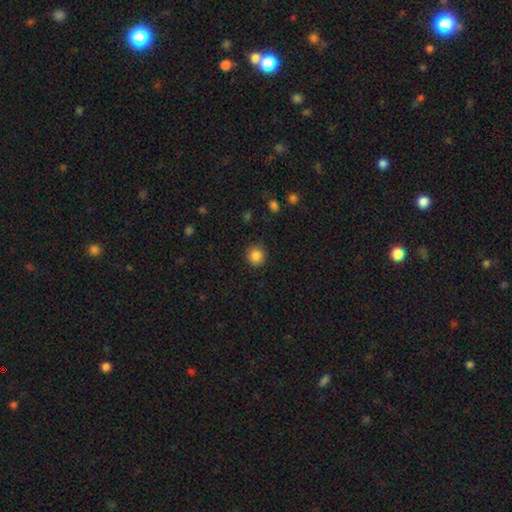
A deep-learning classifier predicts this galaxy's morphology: Overall: smooth (86%). How rounded: round (92%). Merging: none (89%).